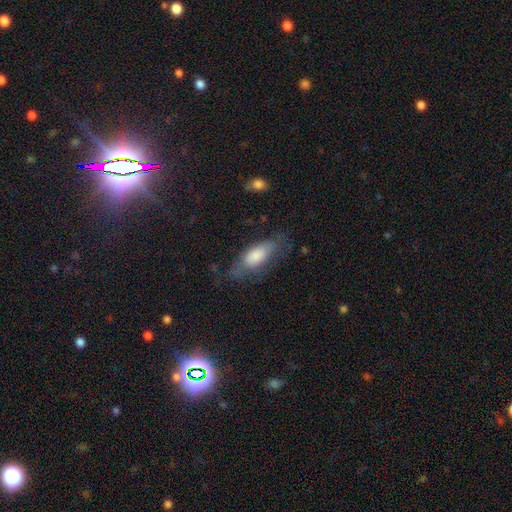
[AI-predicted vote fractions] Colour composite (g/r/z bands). It shows a smooth galaxy with no disk features (67%) that is in between round and cigar-shaped (76%). Merging: none (61%).